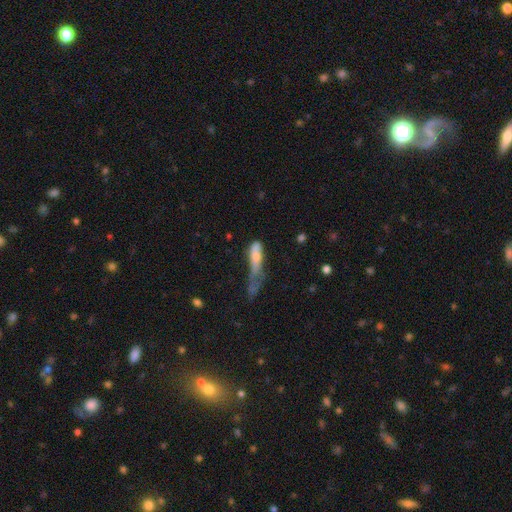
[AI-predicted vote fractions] Smooth or featured: smooth — 66% (featured or disk — 26%)
How rounded: cigar-shaped — 55% (in between — 41%)
Merging: major disturbance — 49% (minor disturbance — 22%)